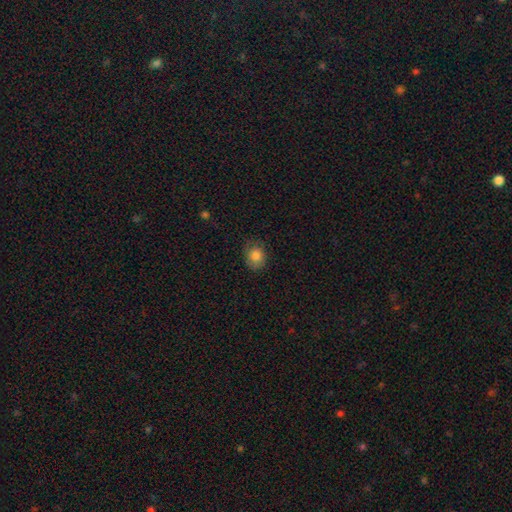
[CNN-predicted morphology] This appears to be a smooth galaxy with no disk features (84%) that is round (57%). Merging: none (74%).